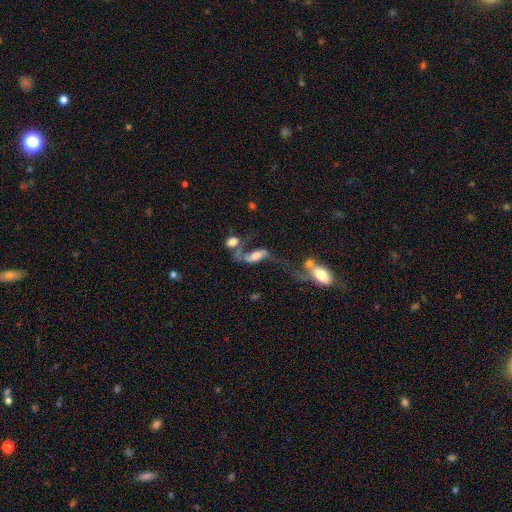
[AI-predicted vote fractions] Smooth or featured? Predicted: featured or disk (p=0.64). Edge-on disk? Predicted: no (p=0.87). Bar? Predicted: no (p=0.42). Spiral arms? Predicted: yes (p=0.84). Bulge size? Predicted: moderate (p=0.33). Merging? Predicted: merger (p=0.47).